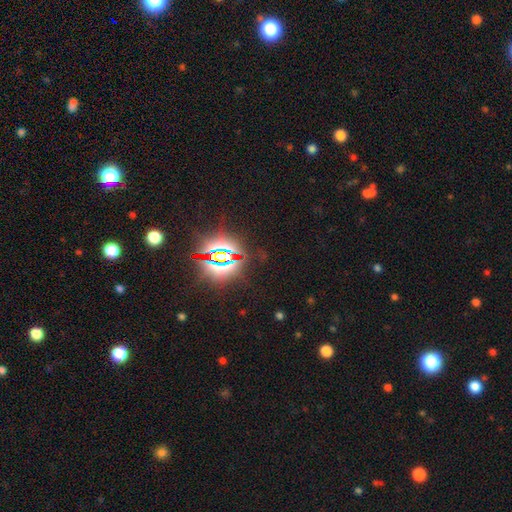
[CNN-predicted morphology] This is clearly a star or artifact rather than a galaxy (80%).